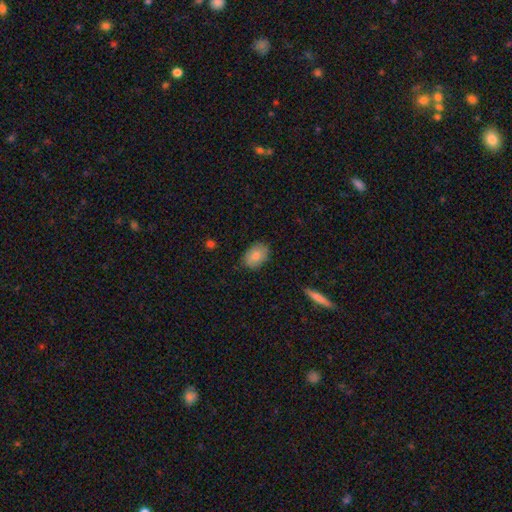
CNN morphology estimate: Q: Smooth or featured?
A: smooth (78%); runner-up: featured or disk (14%)
Q: How rounded?
A: in between (82%); runner-up: round (17%)
Q: Merging?
A: none (83%); runner-up: minor disturbance (14%)